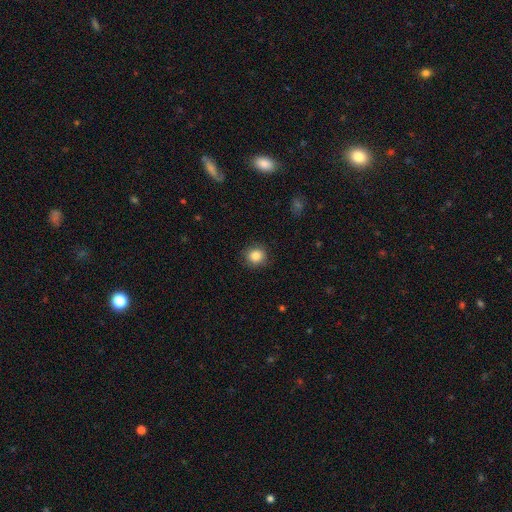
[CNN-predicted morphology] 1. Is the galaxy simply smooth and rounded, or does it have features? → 85% smooth, 10% star or artifact, 5% featured or disk.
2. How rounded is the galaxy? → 89% round, 11% in between, 1% cigar-shaped.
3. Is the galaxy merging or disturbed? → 88% none, 9% minor disturbance, 2% major disturbance, 1% merger.